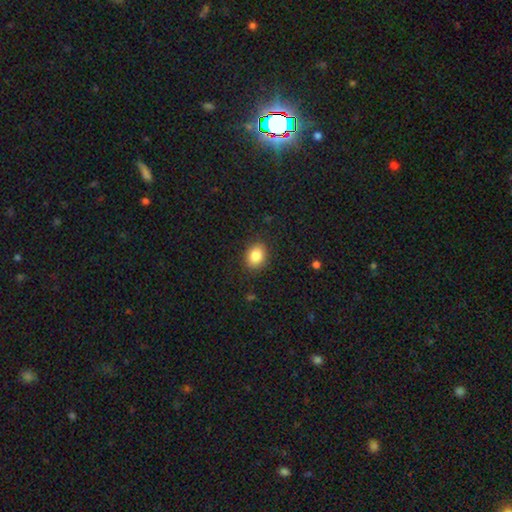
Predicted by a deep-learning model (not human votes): The model was most divided on "how rounded": in between: 58%, round: 41%, cigar-shaped: 1%. More confident: merging — none (87%); smooth or featured — smooth (85%).